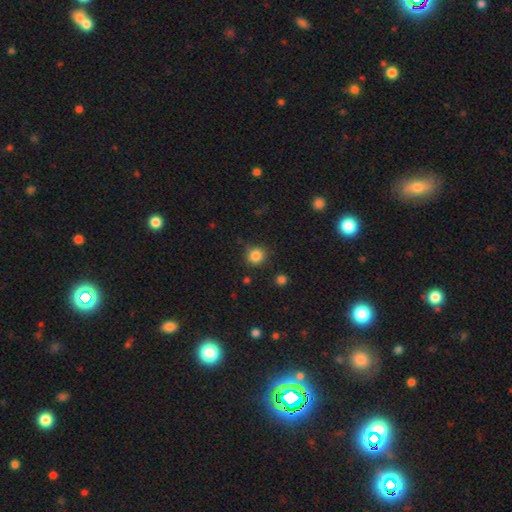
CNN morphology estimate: Smooth or featured?
  - smooth: 84% *
  - star or artifact: 11%
  - featured or disk: 5%
How rounded?
  - round: 89% *
  - in between: 10%
  - cigar-shaped: 1%
Merging?
  - none: 84% *
  - minor disturbance: 10%
  - major disturbance: 3%
  - merger: 3%